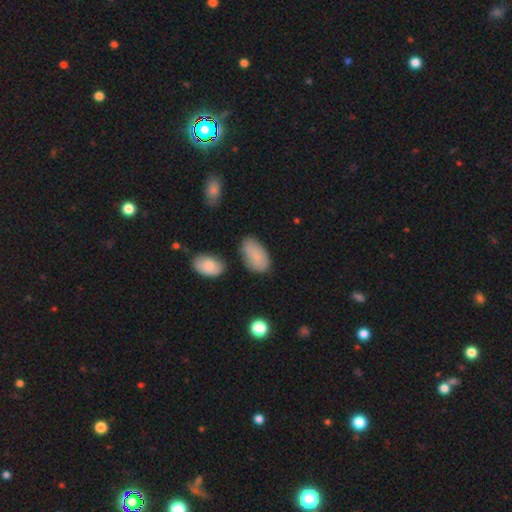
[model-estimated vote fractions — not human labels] smooth 80%, featured or disk 13%, star or artifact 7%. Down the decision tree: how rounded — in between (94%); merging — none (66%).